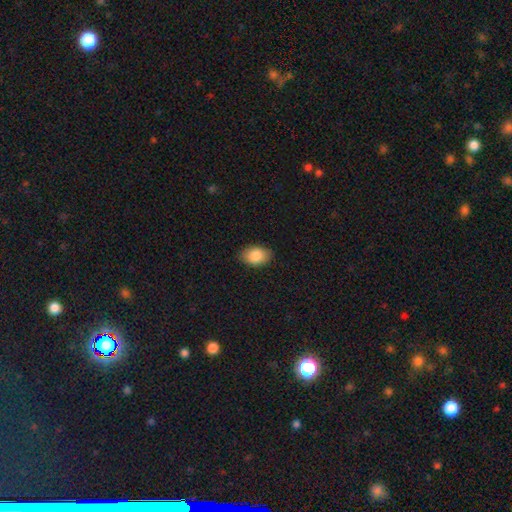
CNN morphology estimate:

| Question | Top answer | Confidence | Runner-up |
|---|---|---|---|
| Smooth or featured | smooth | 87% | star or artifact (7%) |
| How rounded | in between | 87% | round (11%) |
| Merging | none | 85% | minor disturbance (12%) |